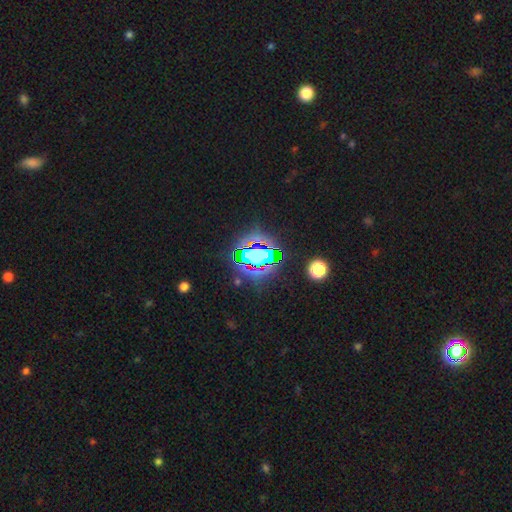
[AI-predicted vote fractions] This is likely a star or artifact rather than a galaxy (62%).